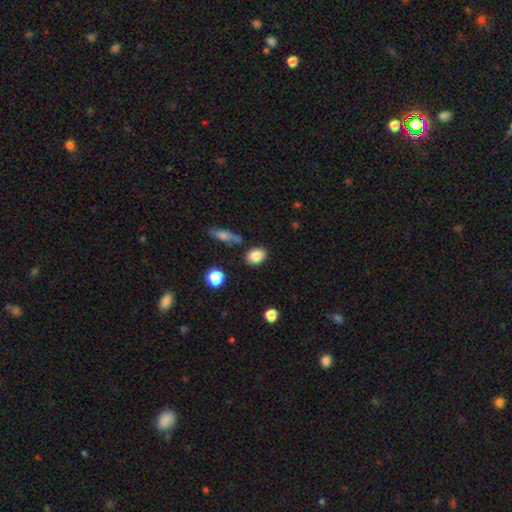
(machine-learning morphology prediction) Overall: smooth (85%). How rounded: in between (56%; round 42%). Merging: none (81%).